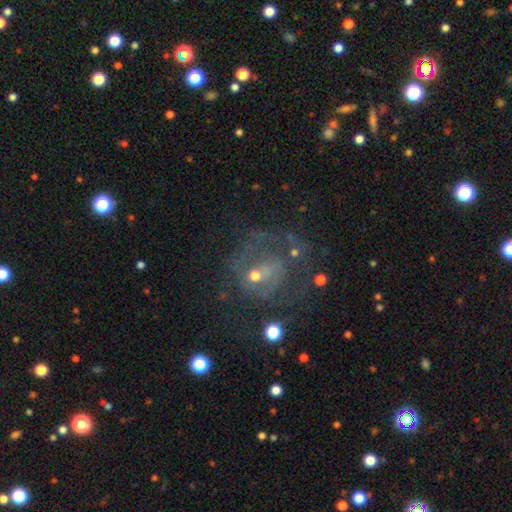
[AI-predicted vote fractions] This is possibly a featured or disk galaxy (54%). It is clearly not viewed edge-on (95%). Bar: possibly no (57%). Spiral arm pattern: possibly no (54%). Central bulge: possibly small (57%). Merging: possibly none (55%).